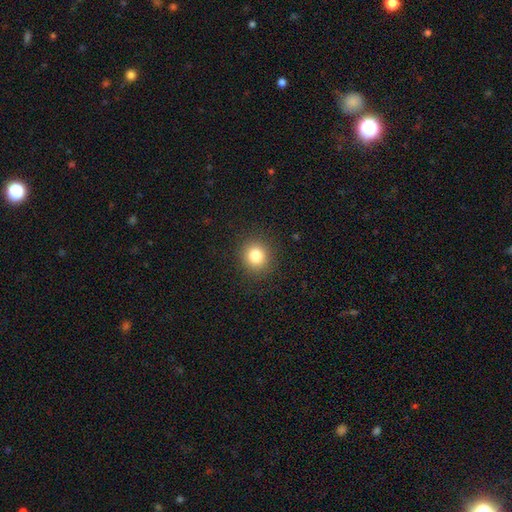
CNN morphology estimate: Overall: smooth (82%). How rounded: round (86%). Merging: none (90%).